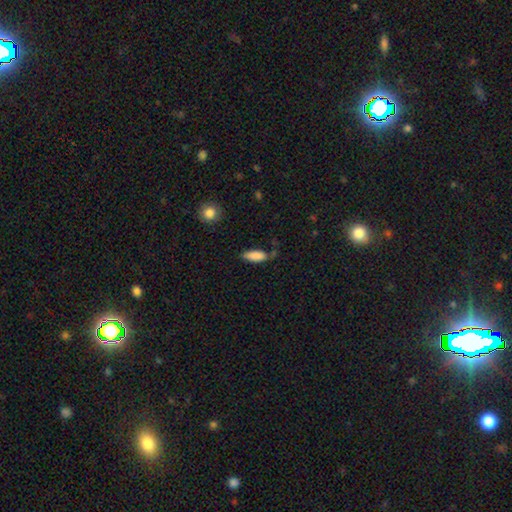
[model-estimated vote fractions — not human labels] Smooth or featured? Predicted: smooth (p=0.87). How rounded? Predicted: in between (p=0.73). Merging? Predicted: none (p=0.65).